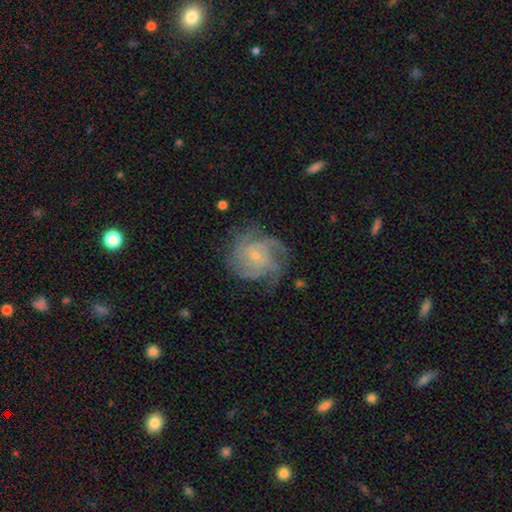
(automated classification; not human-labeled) Q: Smooth or featured?
A: featured or disk (83%); runner-up: smooth (9%)
Q: Edge-on disk?
A: no (98%); runner-up: yes (2%)
Q: Bar?
A: no (70%); runner-up: weak (26%)
Q: Spiral arms?
A: yes (96%); runner-up: no (4%)
Q: Spiral winding?
A: tight (53%); runner-up: medium (38%)
Q: Spiral arm count?
A: 4 (31%); runner-up: 3 (24%)
Q: Bulge size?
A: small (76%); runner-up: moderate (19%)
Q: Merging?
A: none (70%); runner-up: minor disturbance (19%)